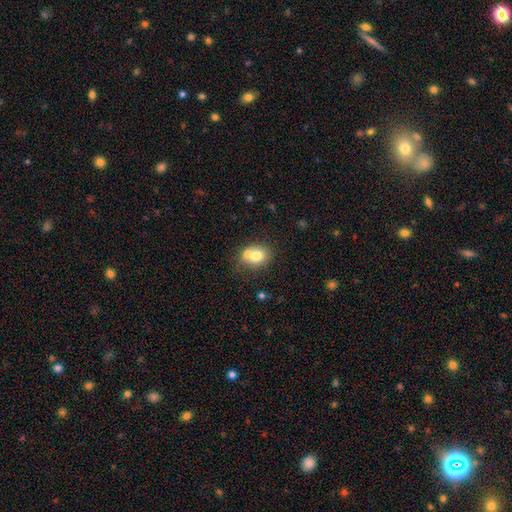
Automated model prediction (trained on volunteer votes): Morphology: type=smooth (73%); roundness=round (55%); merging=none (44%).